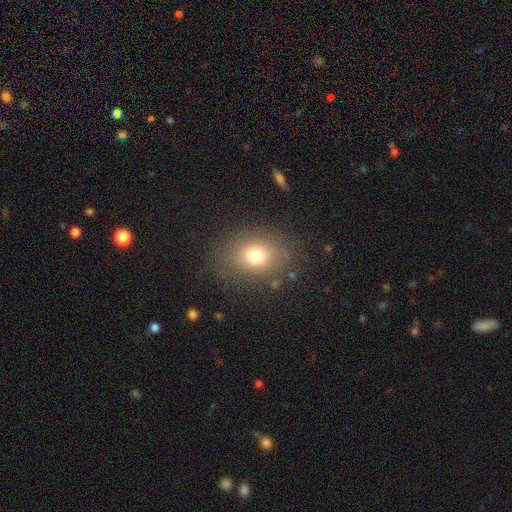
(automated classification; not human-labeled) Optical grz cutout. It shows a smooth galaxy with no disk features (73%) that is in between round and cigar-shaped (50%). Merging: none (81%).